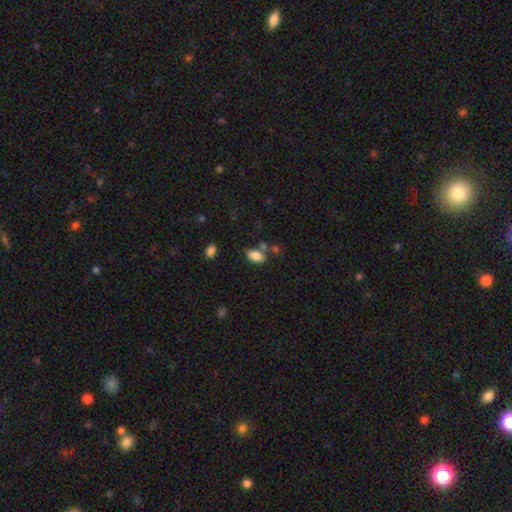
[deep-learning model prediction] Morphology: type=smooth (85%); roundness=in between (92%); merging=none (65%).